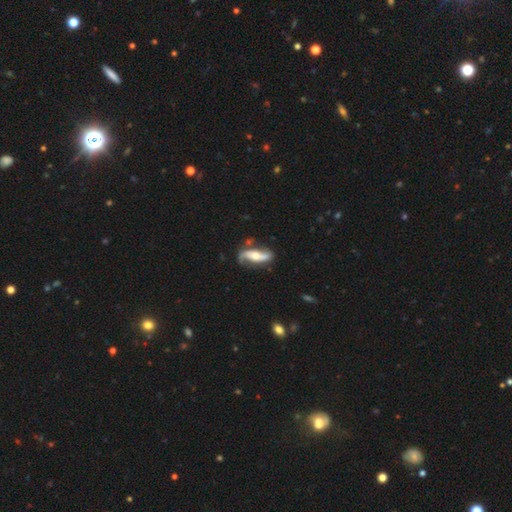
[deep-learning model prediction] This is likely a featured or disk galaxy (76%). It is clearly not viewed edge-on (86%). Bar: possibly no (46%). Spiral arm pattern: clearly yes (92%). Spiral arm count: clearly 2 (88%). Spiral winding: possibly loose (59%). Central bulge: possibly moderate (60%). Merging: likely none (67%).